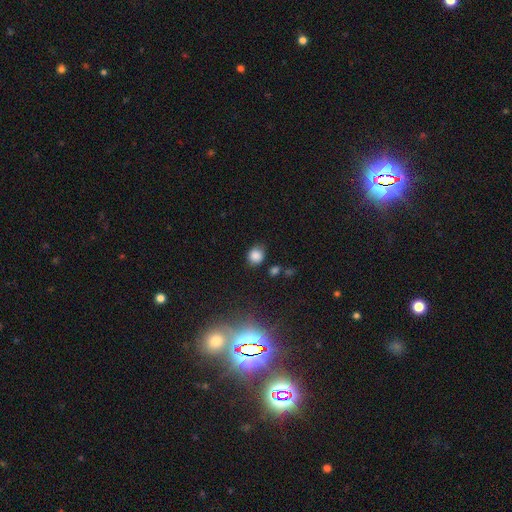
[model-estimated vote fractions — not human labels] This appears to be a smooth galaxy with no disk features (82%) that is round (68%). Merging: none (75%).